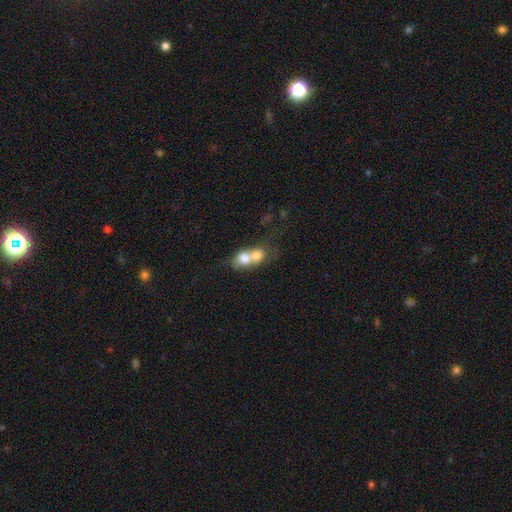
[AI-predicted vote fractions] Overall: smooth (69%). How rounded: round (61%; in between 37%). Merging: merger (77%).